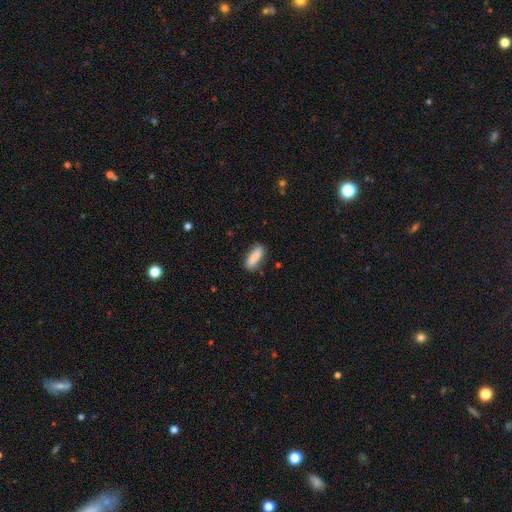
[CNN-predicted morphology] The model was most divided on "how rounded": in between: 66%, cigar-shaped: 32%, round: 2%. More confident: smooth or featured — smooth (85%); merging — none (84%).